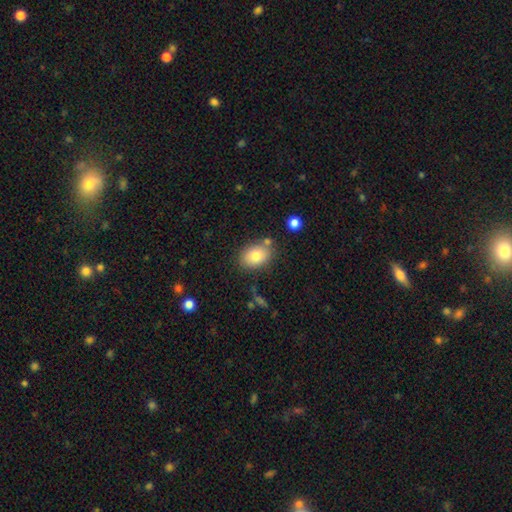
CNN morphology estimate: smooth-or-featured: smooth: 78% | featured or disk: 13% | star or artifact: 9%
  how-rounded: in between: 77% | round: 22% | cigar-shaped: 1%
  merging: none: 75% | minor disturbance: 14% | merger: 8% | major disturbance: 4%